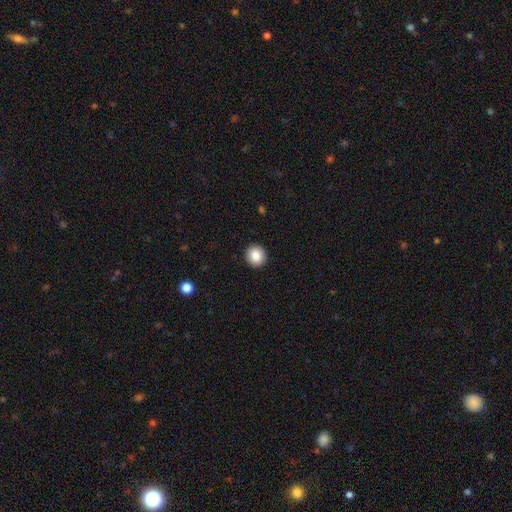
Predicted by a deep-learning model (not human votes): Smooth or featured? Predicted: smooth (p=0.87). How rounded? Predicted: round (p=0.90). Merging? Predicted: none (p=0.93).